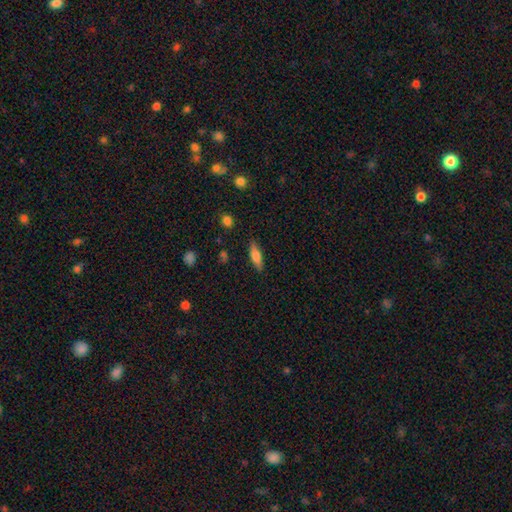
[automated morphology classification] smooth 66%, featured or disk 27%, star or artifact 7%. Down the decision tree: how rounded — cigar-shaped (53%); merging — none (84%).